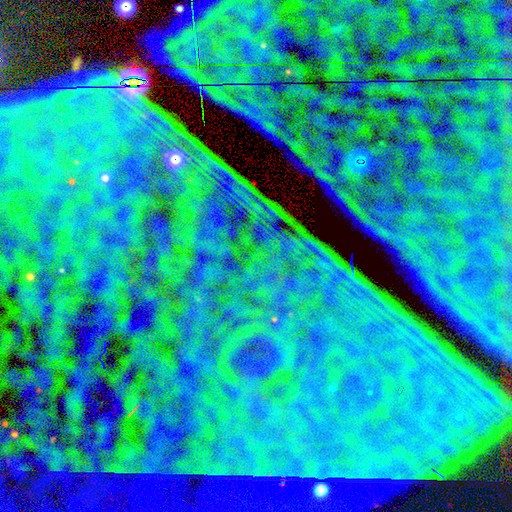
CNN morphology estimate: smooth-or-featured: star or artifact: 85% | featured or disk: 8% | smooth: 7%